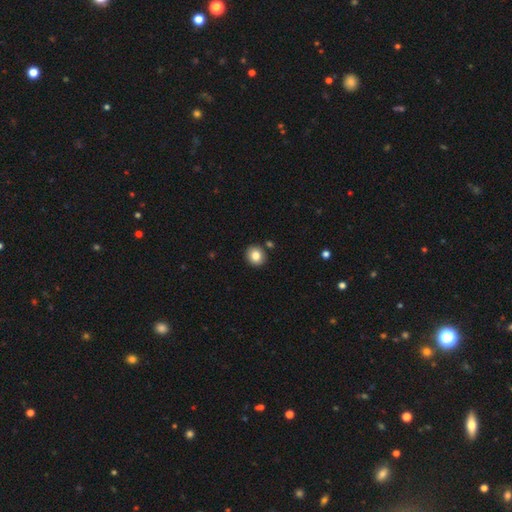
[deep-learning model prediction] Q: Smooth or featured?
A: smooth (82%); runner-up: star or artifact (10%)
Q: How rounded?
A: round (83%); runner-up: in between (16%)
Q: Merging?
A: none (87%); runner-up: minor disturbance (7%)